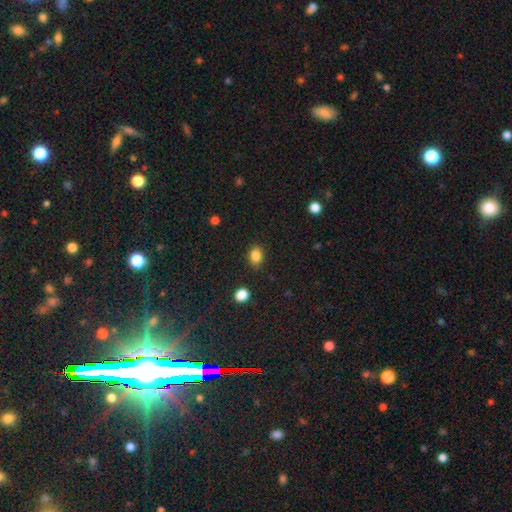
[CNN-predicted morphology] Smooth or featured? smooth (85%)
How rounded? in between (59%)
Merging? none (86%)